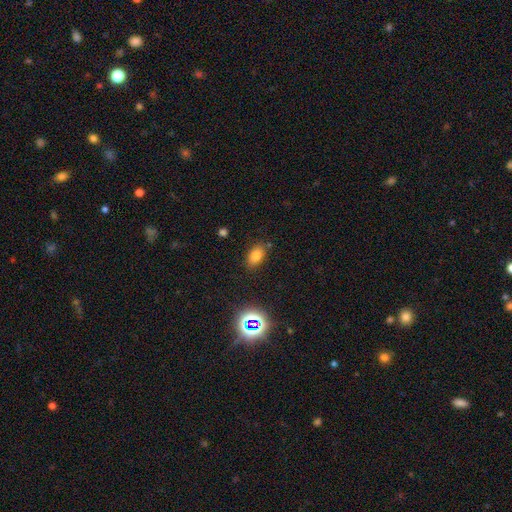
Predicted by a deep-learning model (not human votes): Smooth or featured? smooth (76%)
How rounded? in between (86%)
Merging? none (84%)